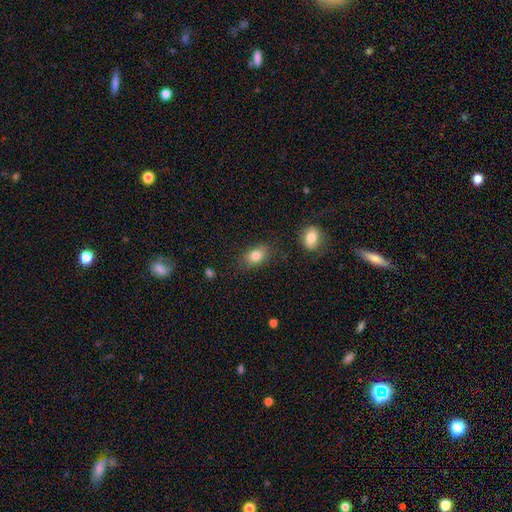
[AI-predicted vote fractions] Q: Smooth or featured?
A: smooth (81%); runner-up: featured or disk (10%)
Q: How rounded?
A: in between (81%); runner-up: round (18%)
Q: Merging?
A: none (80%); runner-up: minor disturbance (14%)